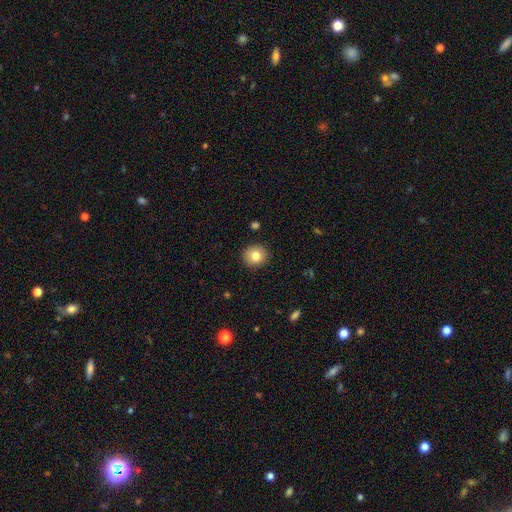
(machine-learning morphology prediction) This appears to be a smooth galaxy with no disk features (80%) that is round (86%). Merging: none (91%).